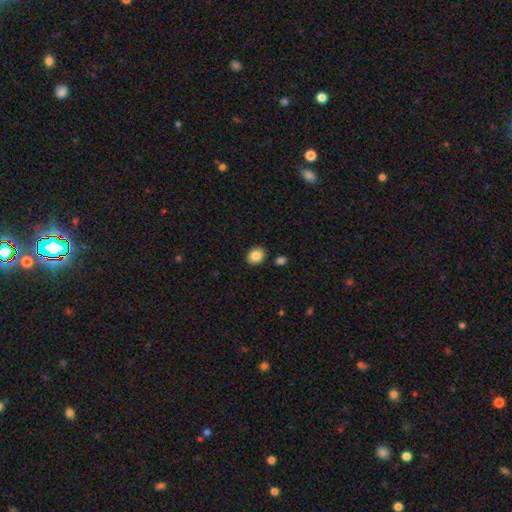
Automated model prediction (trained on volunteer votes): Smooth or featured?
  - smooth: 86% *
  - star or artifact: 9%
  - featured or disk: 6%
How rounded?
  - round: 63% *
  - in between: 36%
  - cigar-shaped: 1%
Merging?
  - none: 88% *
  - minor disturbance: 7%
  - merger: 3%
  - major disturbance: 2%